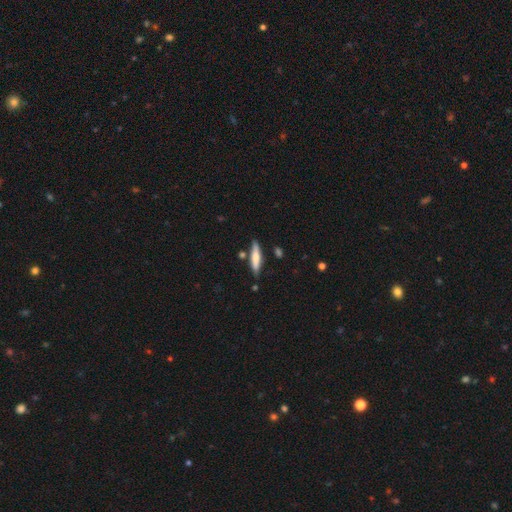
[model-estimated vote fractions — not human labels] Smooth or featured: smooth — 64% (featured or disk — 31%)
How rounded: cigar-shaped — 82% (in between — 16%)
Merging: none — 80% (minor disturbance — 13%)